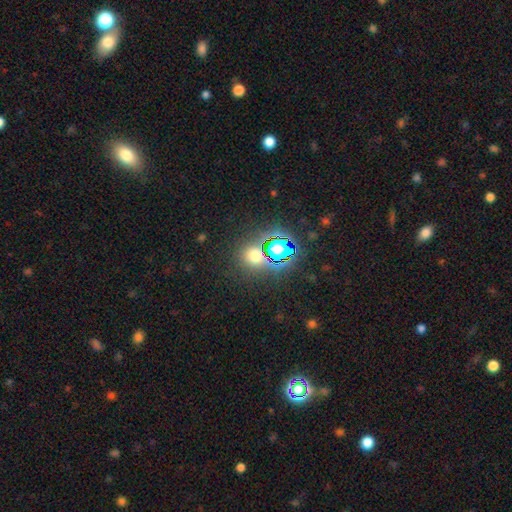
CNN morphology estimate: A smooth galaxy with no disk features (48%). Merging: none (78%).